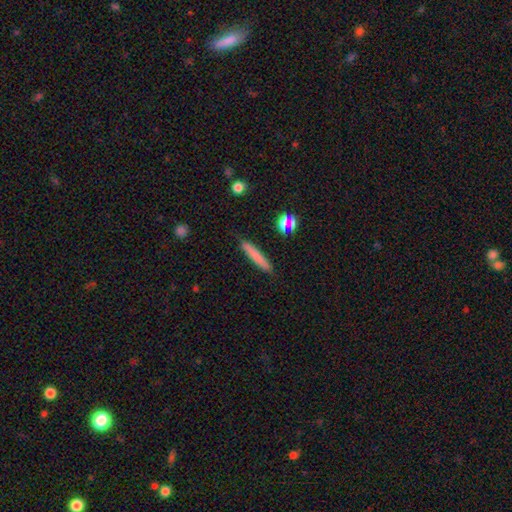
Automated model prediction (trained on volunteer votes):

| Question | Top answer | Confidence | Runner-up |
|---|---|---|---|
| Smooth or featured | smooth | 75% | featured or disk (16%) |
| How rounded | cigar-shaped | 93% | in between (5%) |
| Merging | none | 87% | minor disturbance (9%) |